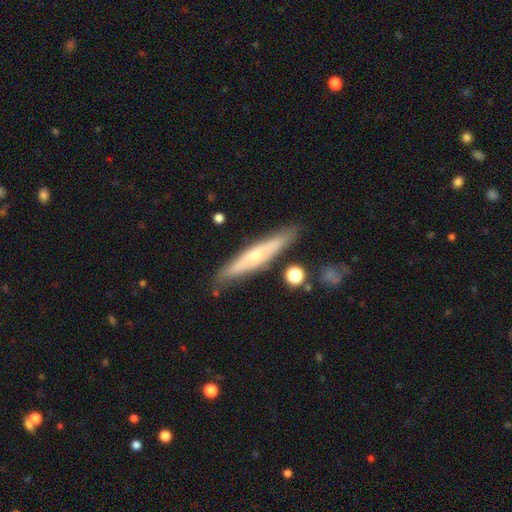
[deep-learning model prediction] Smooth or featured: featured or disk — 57% (smooth — 37%)
Edge-on disk: yes — 82% (no — 18%)
Merging: none — 83% (minor disturbance — 12%)